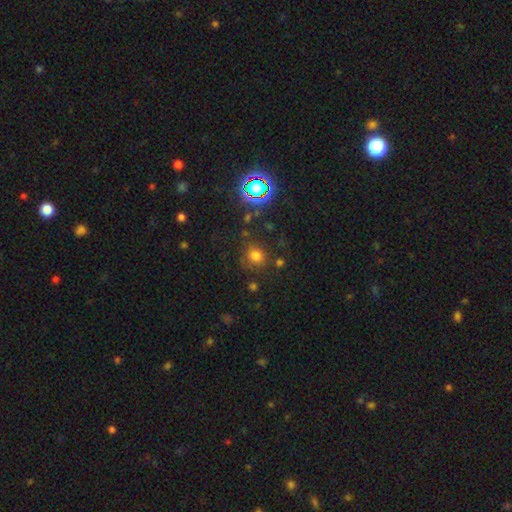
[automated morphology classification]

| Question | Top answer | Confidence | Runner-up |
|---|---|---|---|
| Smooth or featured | smooth | 69% | star or artifact (23%) |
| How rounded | round | 88% | in between (10%) |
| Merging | none | 77% | minor disturbance (13%) |